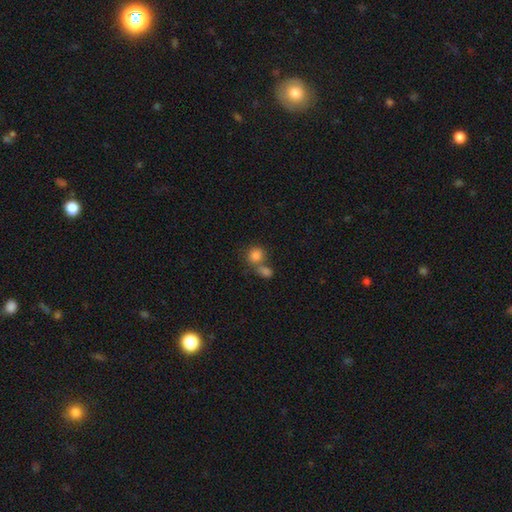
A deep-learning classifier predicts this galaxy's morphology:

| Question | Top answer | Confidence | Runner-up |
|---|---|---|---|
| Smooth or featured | smooth | 83% | star or artifact (10%) |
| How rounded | round | 75% | in between (24%) |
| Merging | merger | 50% | none (38%) |